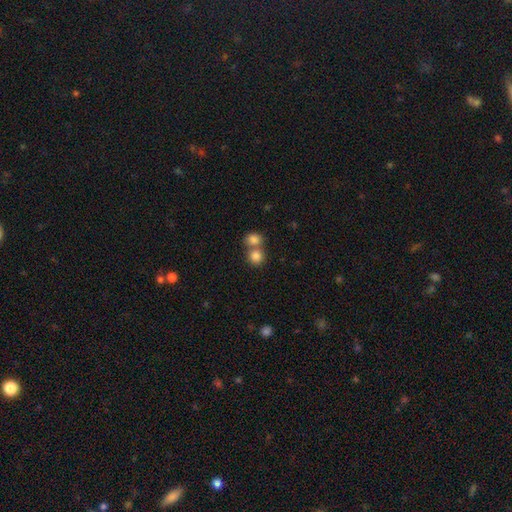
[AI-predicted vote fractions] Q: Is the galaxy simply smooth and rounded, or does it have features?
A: smooth — 83%.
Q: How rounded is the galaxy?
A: round — 82%.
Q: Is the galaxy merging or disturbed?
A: merger — 50%.